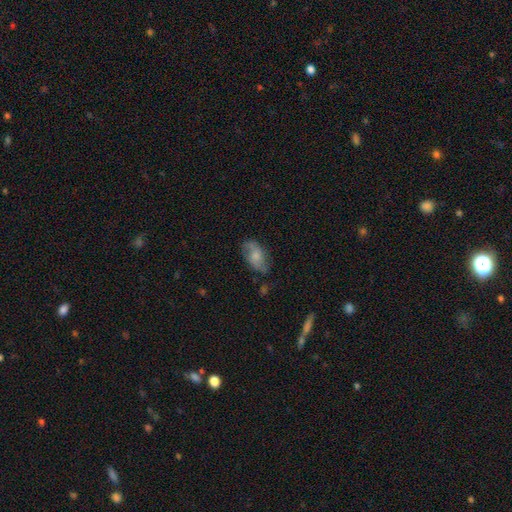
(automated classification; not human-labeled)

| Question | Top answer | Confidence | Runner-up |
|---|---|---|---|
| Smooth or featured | smooth | 50% | featured or disk (42%) |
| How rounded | in between | 90% | round (6%) |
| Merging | none | 68% | minor disturbance (22%) |